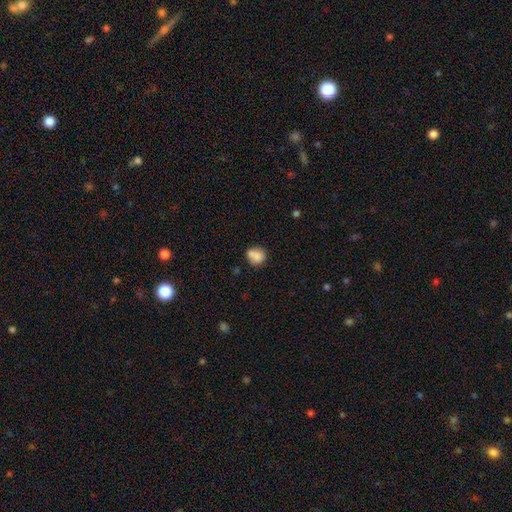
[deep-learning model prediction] smooth-or-featured: smooth: 82% | star or artifact: 9% | featured or disk: 9%
  how-rounded: round: 69% | in between: 30% | cigar-shaped: 1%
  merging: none: 61% | minor disturbance: 19% | merger: 15% | major disturbance: 5%